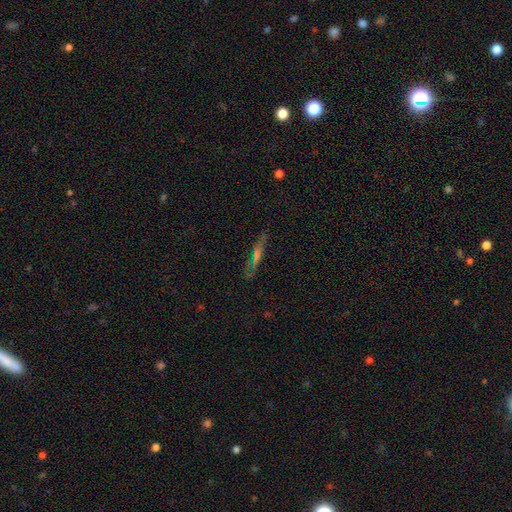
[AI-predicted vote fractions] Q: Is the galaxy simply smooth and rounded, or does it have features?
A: featured or disk — 50%.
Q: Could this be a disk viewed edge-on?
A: yes — 79%.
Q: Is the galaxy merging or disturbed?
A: none — 79%.